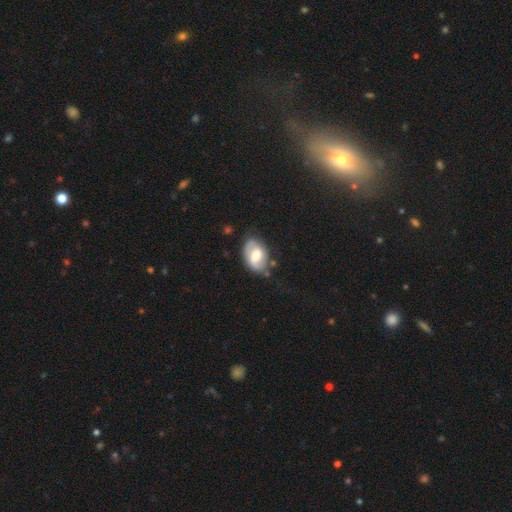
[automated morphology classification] A featured or disk galaxy (53%) with a weak bar (47%), spiral arms (65%) and a moderate central bulge (58%). Merging: none (63%).